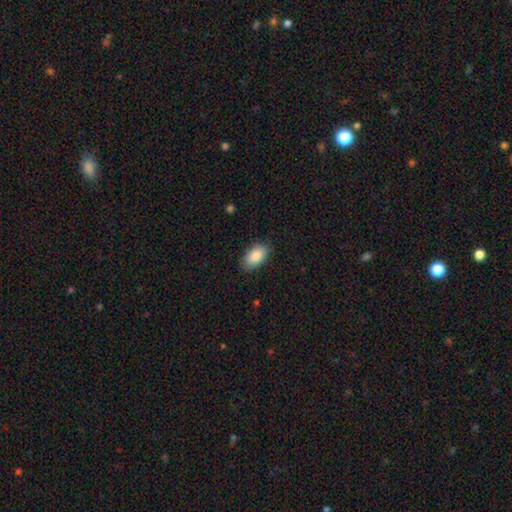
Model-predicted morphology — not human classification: smooth_or_featured: smooth (p=0.87) [alt: star or artifact p=0.06]
how_rounded: in between (p=0.94) [alt: round p=0.04]
merging: none (p=0.85) [alt: minor disturbance p=0.11]